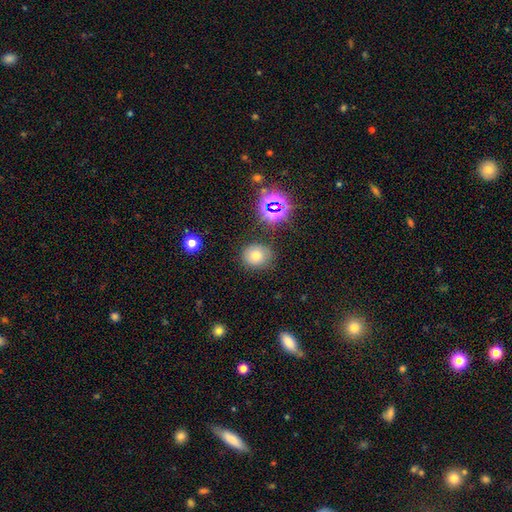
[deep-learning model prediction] smooth 69%, star or artifact 20%, featured or disk 12%. Down the decision tree: how rounded — round (74%); merging — none (80%).